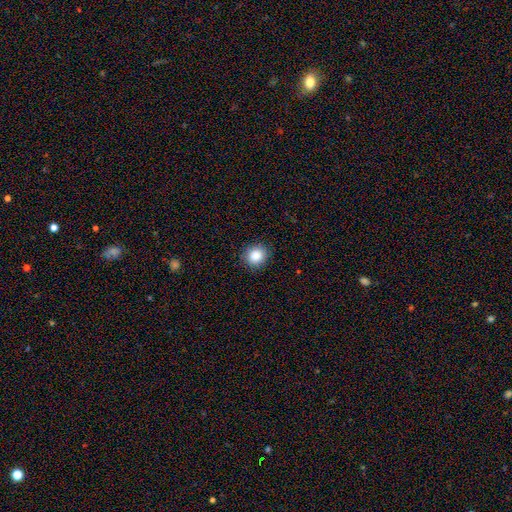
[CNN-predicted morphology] This appears to be a smooth galaxy with no disk features (87%) that is round (83%). Merging: none (88%).